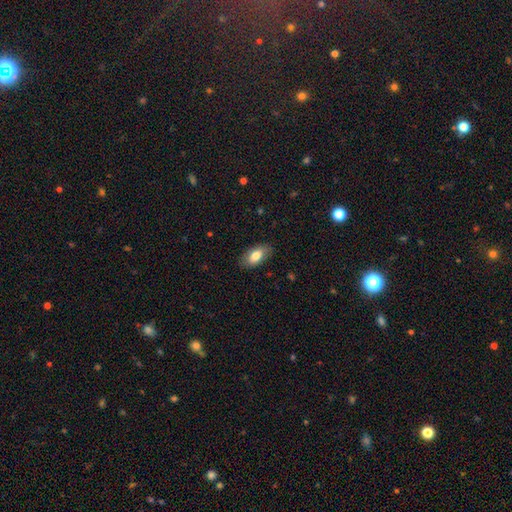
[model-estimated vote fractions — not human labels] smooth-or-featured: smooth: 78% | featured or disk: 16% | star or artifact: 6%
  how-rounded: in between: 92% | cigar-shaped: 5% | round: 4%
  merging: none: 84% | minor disturbance: 12% | major disturbance: 3% | merger: 1%